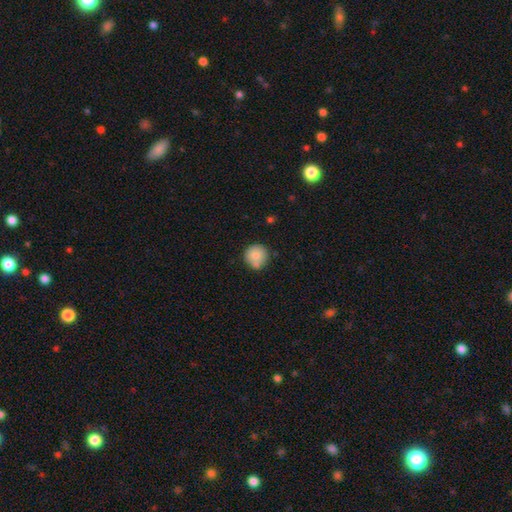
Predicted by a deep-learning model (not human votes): Overall: smooth (80%). How rounded: round (93%). Merging: none (70%).